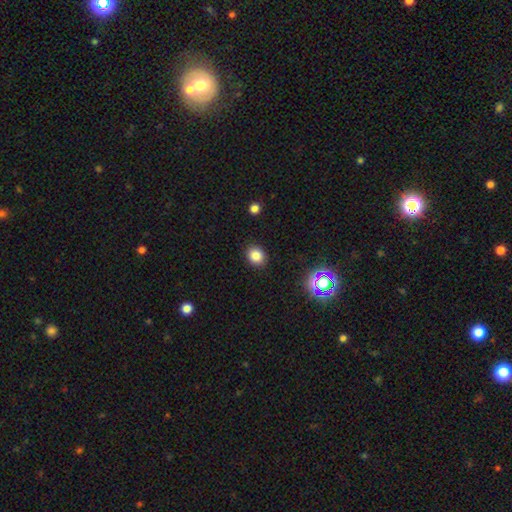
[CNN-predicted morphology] smooth 82%, star or artifact 13%, featured or disk 5%. Down the decision tree: how rounded — round (65%); merging — none (90%).